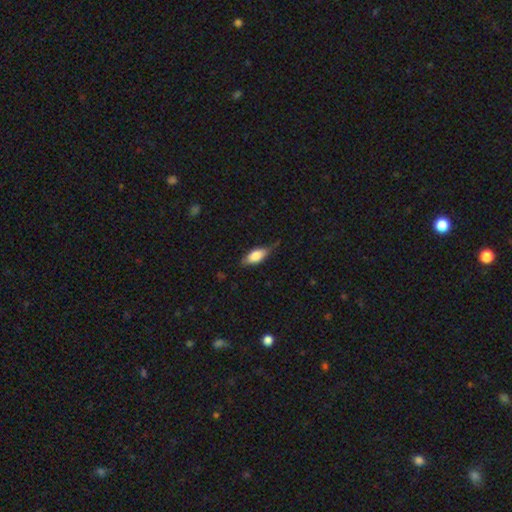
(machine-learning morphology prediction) smooth_or_featured: smooth (p=0.73) [alt: featured or disk p=0.21]
how_rounded: in between (p=0.81) [alt: cigar-shaped p=0.16]
merging: none (p=0.67) [alt: minor disturbance p=0.26]